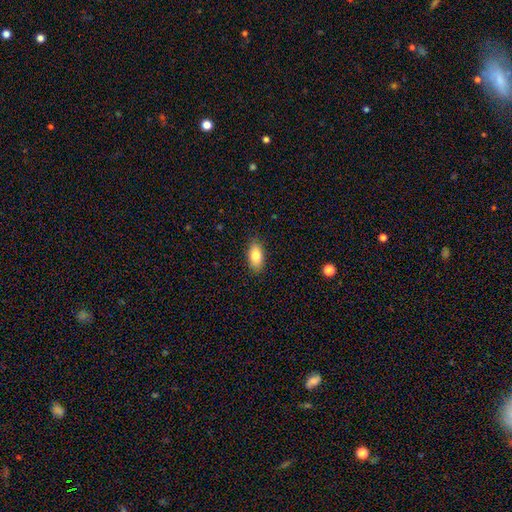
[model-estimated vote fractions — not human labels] Smooth or featured: smooth — 83% (featured or disk — 9%)
How rounded: in between — 90% (cigar-shaped — 6%)
Merging: none — 87% (minor disturbance — 10%)